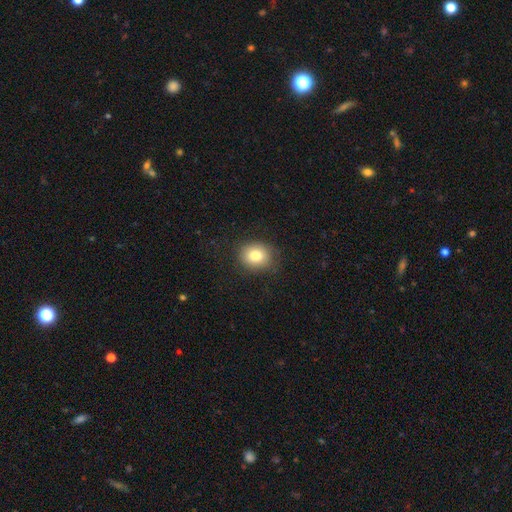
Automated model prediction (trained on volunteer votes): This appears to be a smooth galaxy with no disk features (80%) that is round (69%). Merging: none (85%).